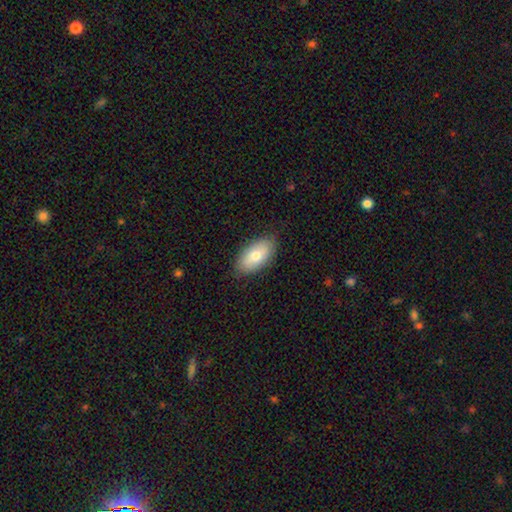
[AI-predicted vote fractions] Overall: smooth (76%). How rounded: in between (93%). Merging: none (85%).